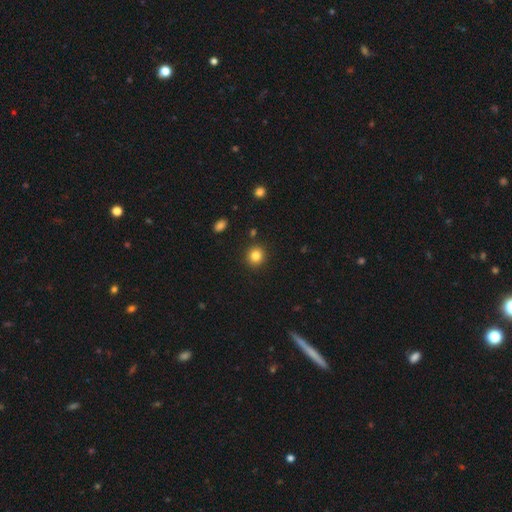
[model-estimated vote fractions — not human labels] Smooth or featured: smooth — 83% (star or artifact — 11%)
How rounded: round — 86% (in between — 13%)
Merging: none — 90% (minor disturbance — 6%)